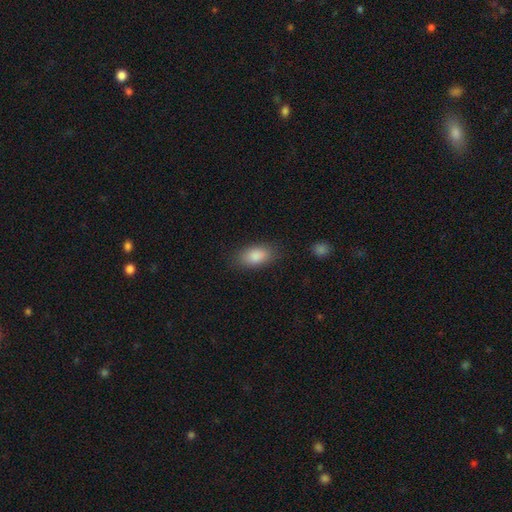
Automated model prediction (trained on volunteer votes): This appears to be a smooth galaxy with no disk features (87%) that is in between round and cigar-shaped (90%). Merging: none (83%).